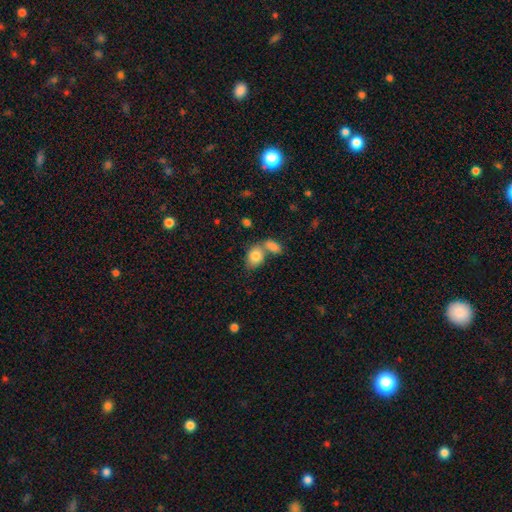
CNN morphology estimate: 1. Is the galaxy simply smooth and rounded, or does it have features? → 83% smooth, 10% featured or disk, 8% star or artifact.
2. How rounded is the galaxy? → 74% in between, 24% round, 2% cigar-shaped.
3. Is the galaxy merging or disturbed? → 44% merger, 40% none, 11% minor disturbance, 5% major disturbance.